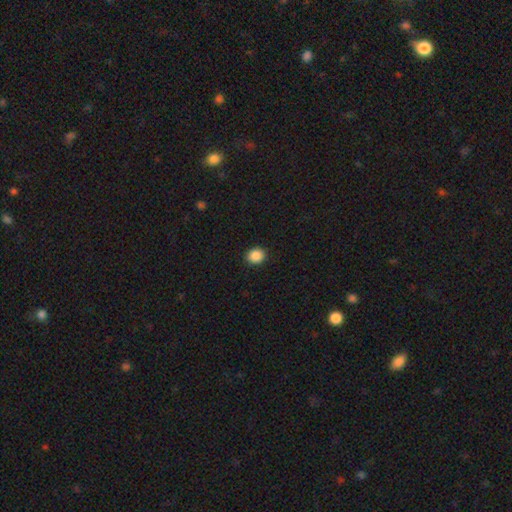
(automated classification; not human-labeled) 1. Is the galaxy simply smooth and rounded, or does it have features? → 88% smooth, 9% star or artifact, 3% featured or disk.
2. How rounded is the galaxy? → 72% round, 27% in between, 1% cigar-shaped.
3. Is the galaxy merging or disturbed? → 91% none, 6% minor disturbance, 2% major disturbance, 1% merger.